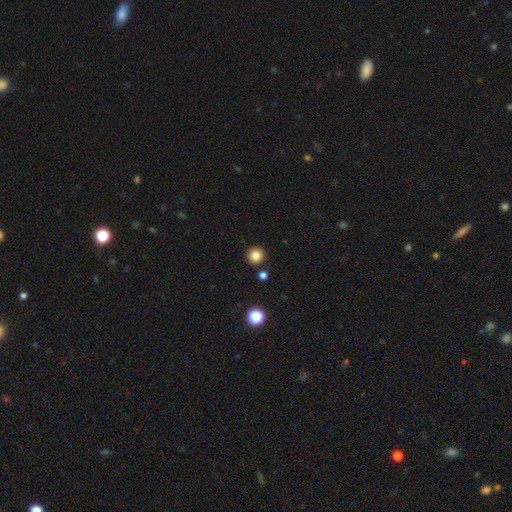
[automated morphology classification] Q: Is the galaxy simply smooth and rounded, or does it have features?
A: smooth — 85%.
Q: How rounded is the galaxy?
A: round — 95%.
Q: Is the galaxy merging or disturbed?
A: none — 90%.